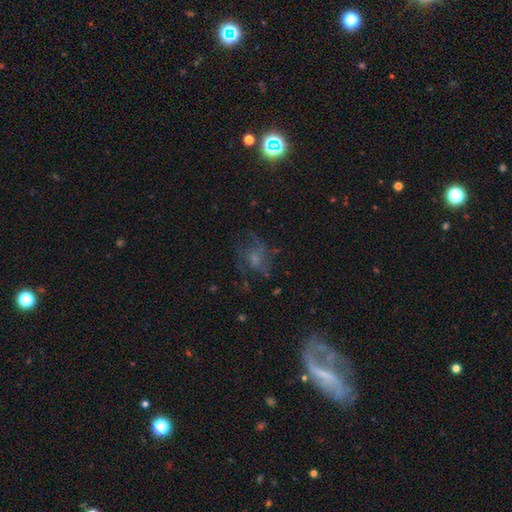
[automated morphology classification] A featured or disk galaxy (47%).

Vote fractions:
- Smooth or featured? featured or disk: 47% / smooth: 30% / star or artifact: 23%
- Merging? none: 53% / major disturbance: 26% / minor disturbance: 19% / merger: 3%